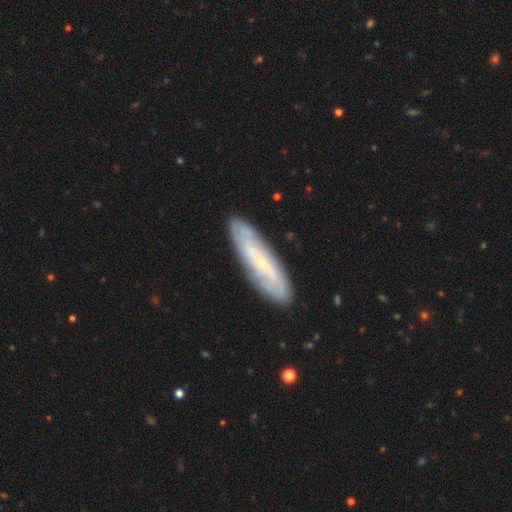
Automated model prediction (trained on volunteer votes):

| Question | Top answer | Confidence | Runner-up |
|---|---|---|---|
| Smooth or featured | featured or disk | 61% | smooth (32%) |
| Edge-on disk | no | 66% | yes (34%) |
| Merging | none | 86% | minor disturbance (10%) |